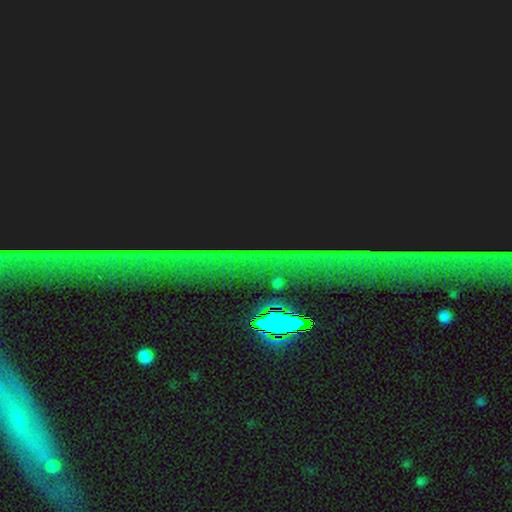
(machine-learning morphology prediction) smooth-or-featured: star or artifact: 87% | featured or disk: 7% | smooth: 6%